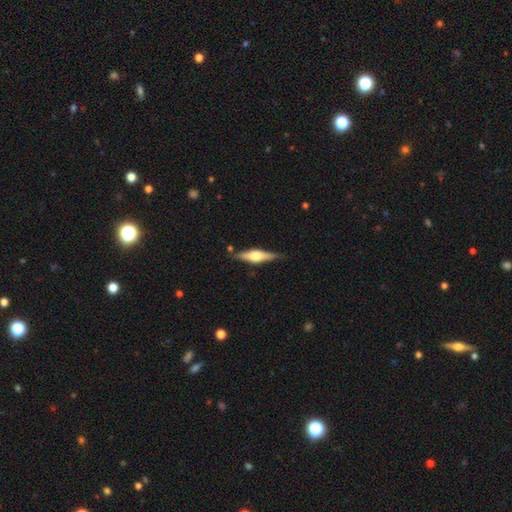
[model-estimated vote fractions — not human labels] The model was most divided on "smooth or featured": featured or disk: 67%, smooth: 27%, star or artifact: 6%. More confident: edge-on disk — yes (96%); edge-on bulge — rounded (88%); merging — none (84%).